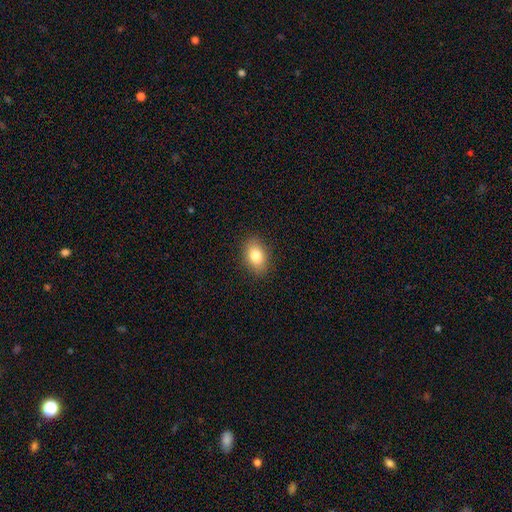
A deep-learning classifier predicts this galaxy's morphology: smooth_or_featured: smooth (p=0.81) [alt: featured or disk p=0.10]
how_rounded: in between (p=0.82) [alt: round p=0.17]
merging: none (p=0.88) [alt: minor disturbance p=0.08]